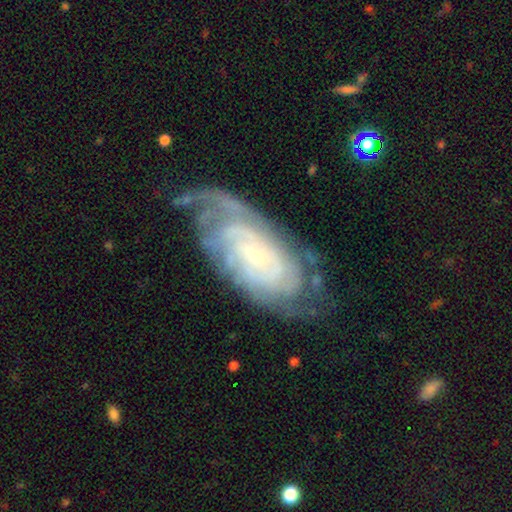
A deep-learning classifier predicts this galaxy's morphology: Smooth or featured: featured or disk — 84% (smooth — 10%)
Edge-on disk: no — 94% (yes — 6%)
Bar: no — 70% (weak — 24%)
Spiral arms: yes — 95% (no — 5%)
Spiral winding: tight — 75% (medium — 20%)
Spiral arm count: can't tell — 47% (2 — 16%)
Bulge size: small — 76% (moderate — 17%)
Merging: none — 63% (minor disturbance — 23%)